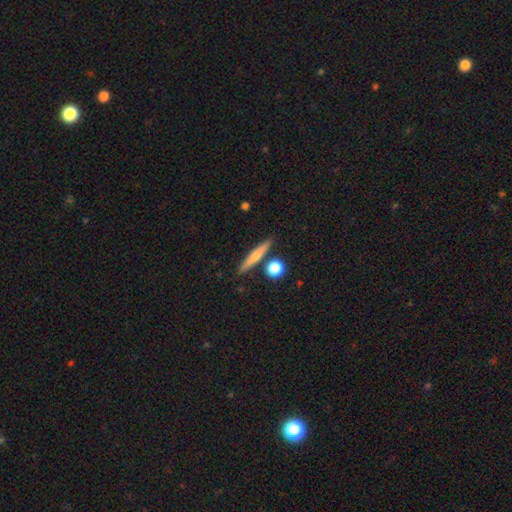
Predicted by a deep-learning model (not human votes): A smooth galaxy with no disk features (57%) that is cigar-shaped (81%).

Vote fractions:
- Smooth or featured? smooth: 57% / featured or disk: 36% / star or artifact: 7%
- How rounded? cigar-shaped: 81% / in between: 10% / round: 8%
- Merging? none: 82% / merger: 8% / minor disturbance: 8% / major disturbance: 2%